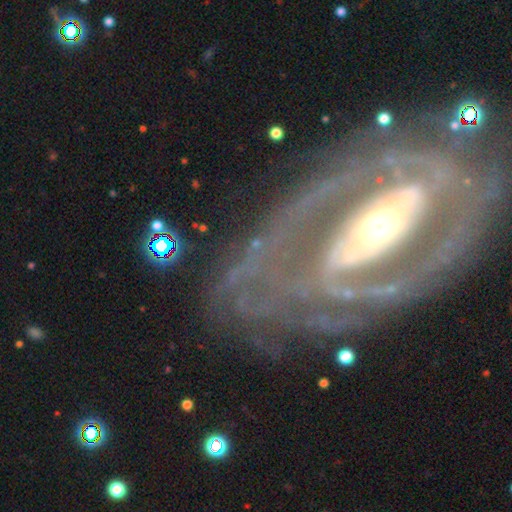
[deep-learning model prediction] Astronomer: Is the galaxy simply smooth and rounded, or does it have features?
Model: featured or disk — 87%.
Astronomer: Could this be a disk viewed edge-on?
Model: no — 93%.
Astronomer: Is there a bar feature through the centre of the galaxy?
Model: strong — 54%.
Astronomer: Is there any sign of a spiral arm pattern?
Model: yes — 89%.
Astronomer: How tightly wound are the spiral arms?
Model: tight — 54% (runner-up: medium, 34%).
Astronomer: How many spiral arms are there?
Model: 2 — 54%.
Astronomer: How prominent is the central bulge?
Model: moderate — 55%.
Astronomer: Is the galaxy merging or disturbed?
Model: none — 65%.